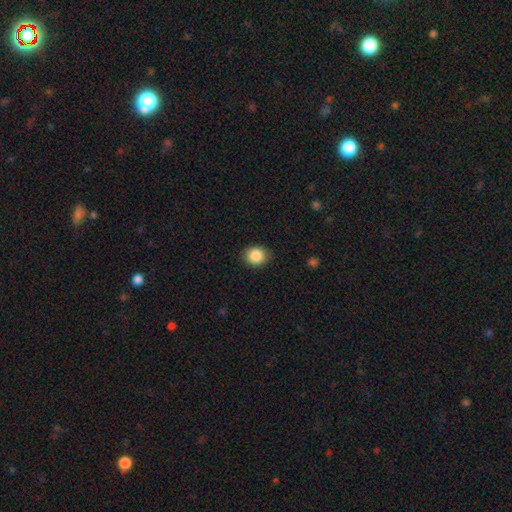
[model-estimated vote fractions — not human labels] This appears to be a smooth galaxy with no disk features (87%) that is round (66%). Merging: none (87%).